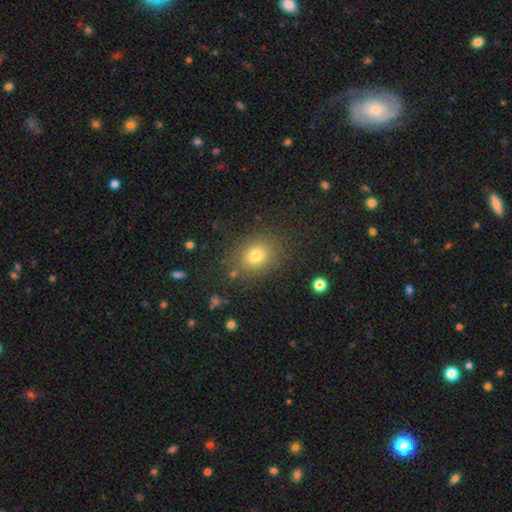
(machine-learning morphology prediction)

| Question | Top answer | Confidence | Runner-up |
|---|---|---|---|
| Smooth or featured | smooth | 76% | star or artifact (15%) |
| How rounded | round | 57% | in between (43%) |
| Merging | none | 83% | minor disturbance (11%) |